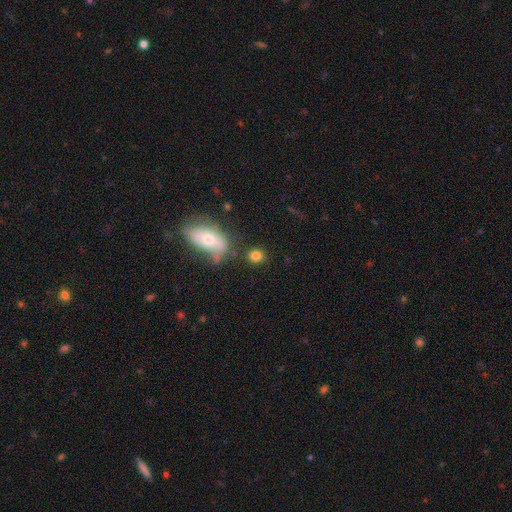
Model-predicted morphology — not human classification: A smooth galaxy with no disk features (82%) that is round (71%).

Vote fractions:
- Smooth or featured? smooth: 82% / star or artifact: 10% / featured or disk: 8%
- How rounded? round: 71% / in between: 27% / cigar-shaped: 3%
- Merging? none: 75% / minor disturbance: 11% / merger: 10% / major disturbance: 5%